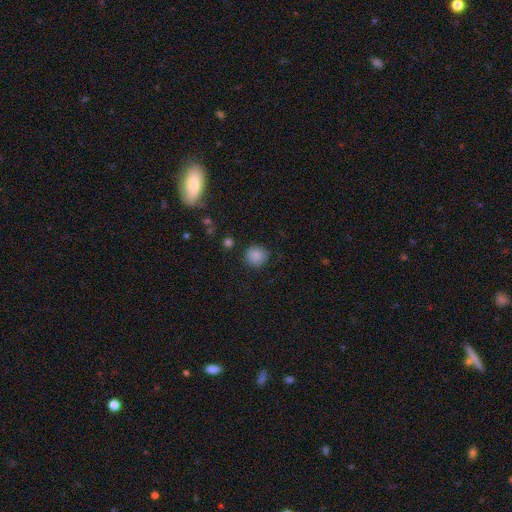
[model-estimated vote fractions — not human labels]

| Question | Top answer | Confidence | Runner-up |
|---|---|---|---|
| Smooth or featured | smooth | 86% | star or artifact (9%) |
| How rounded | round | 91% | in between (8%) |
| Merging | none | 85% | minor disturbance (11%) |